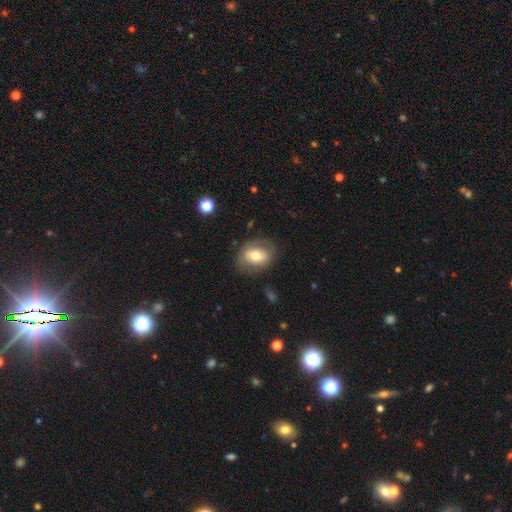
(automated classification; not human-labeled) Overall: smooth (57%; featured or disk 35%). How rounded: in between (54%; round 45%). Merging: none (76%).